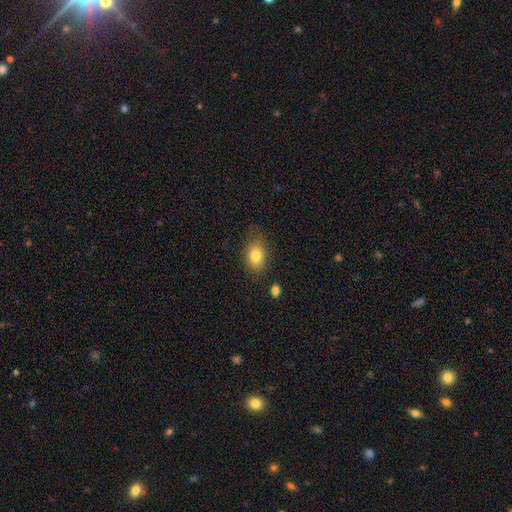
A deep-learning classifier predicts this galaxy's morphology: Q: Smooth or featured?
A: smooth (81%); runner-up: featured or disk (10%)
Q: How rounded?
A: in between (74%); runner-up: round (25%)
Q: Merging?
A: none (72%); runner-up: minor disturbance (19%)